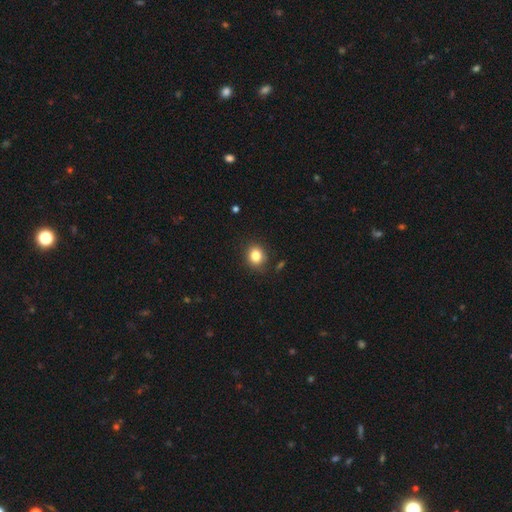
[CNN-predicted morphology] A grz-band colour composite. It shows a smooth galaxy with no disk features (82%) that is round (68%). Merging: none (84%).